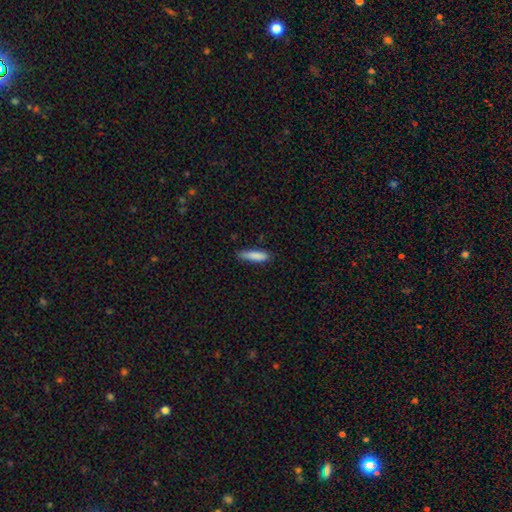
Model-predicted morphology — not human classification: Smooth or featured: smooth — 86% (featured or disk — 8%)
How rounded: cigar-shaped — 75% (in between — 24%)
Merging: none — 78% (minor disturbance — 18%)